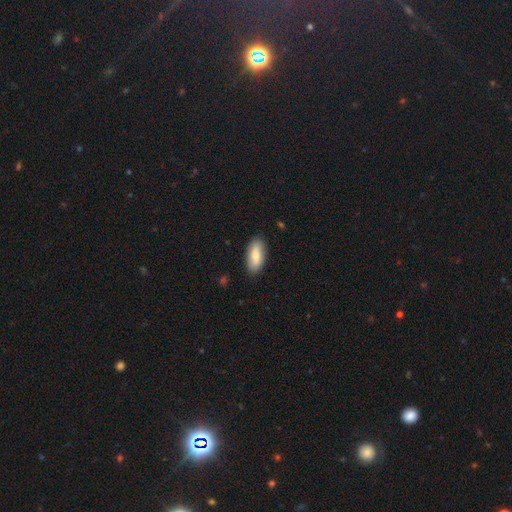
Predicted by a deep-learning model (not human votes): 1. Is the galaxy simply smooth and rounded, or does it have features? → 73% smooth, 21% featured or disk, 6% star or artifact.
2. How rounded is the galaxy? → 88% in between, 10% cigar-shaped, 2% round.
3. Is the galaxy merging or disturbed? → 87% none, 10% minor disturbance, 2% major disturbance, 1% merger.